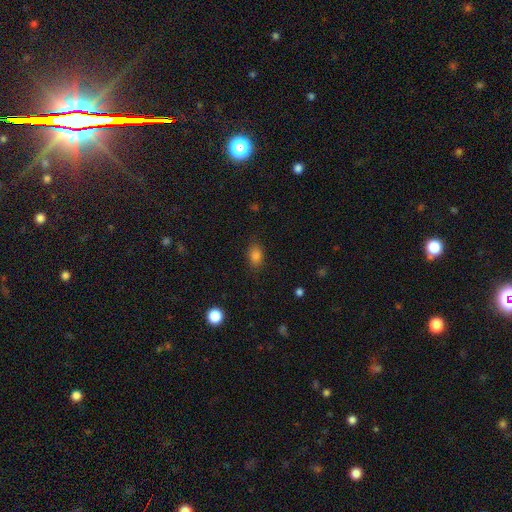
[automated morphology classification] Overall: smooth (84%). How rounded: in between (76%). Merging: none (81%).